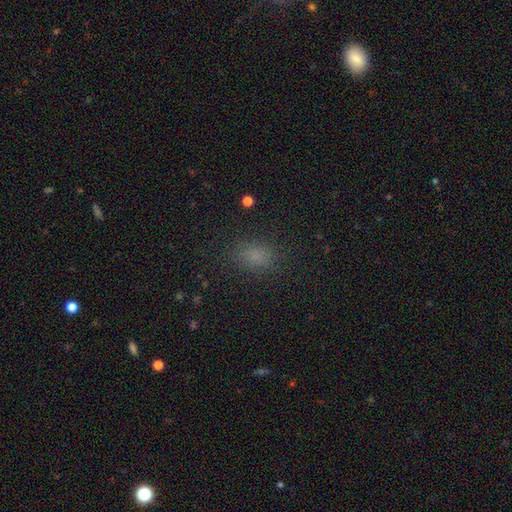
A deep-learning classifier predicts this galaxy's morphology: The model was most divided on "how rounded": in between: 72%, round: 26%, cigar-shaped: 2%. More confident: merging — none (84%); smooth or featured — smooth (78%).